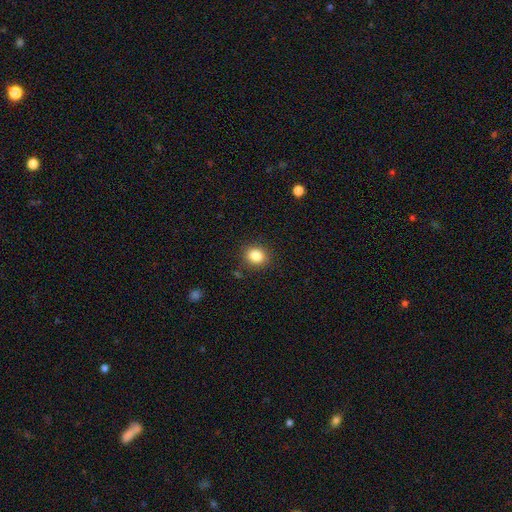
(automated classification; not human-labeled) Q: Smooth or featured?
A: smooth (86%); runner-up: star or artifact (10%)
Q: How rounded?
A: round (64%); runner-up: in between (35%)
Q: Merging?
A: none (86%); runner-up: minor disturbance (10%)